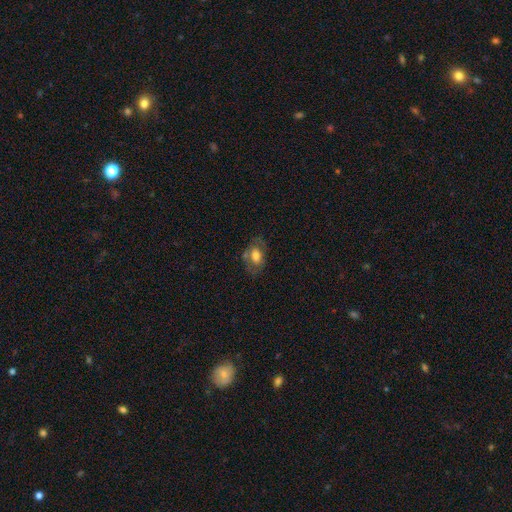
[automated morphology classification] smooth 58%, featured or disk 33%, star or artifact 8%. Down the decision tree: how rounded — in between (83%); merging — none (64%).